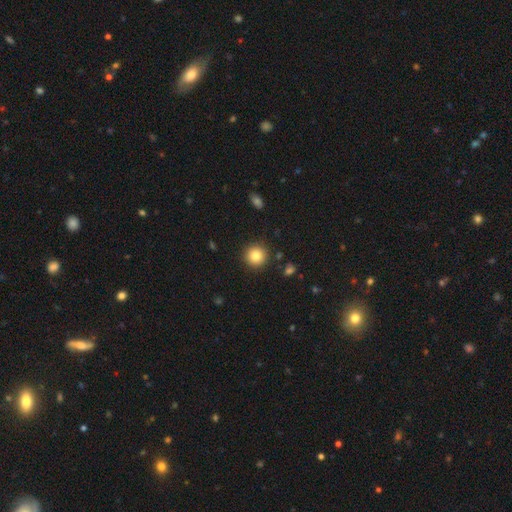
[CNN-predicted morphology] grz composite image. It shows a smooth galaxy with no disk features (83%) that is round (94%). Merging: none (91%).